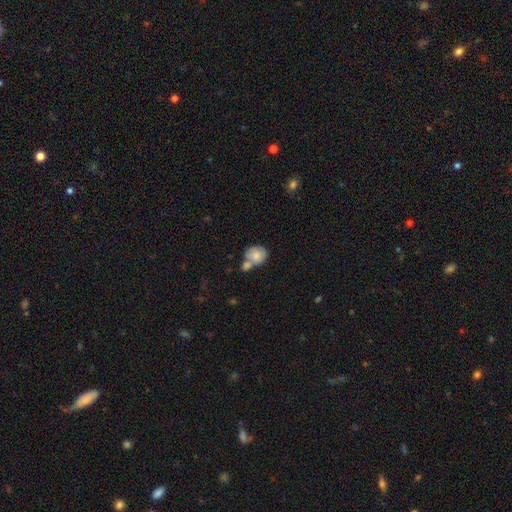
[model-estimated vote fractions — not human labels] smooth_or_featured: smooth (p=0.75) [alt: featured or disk p=0.18]
how_rounded: round (p=0.64) [alt: in between p=0.35]
merging: merger (p=0.48) [alt: none p=0.33]